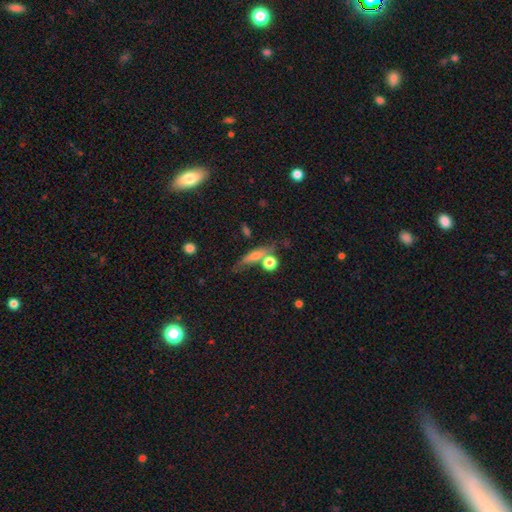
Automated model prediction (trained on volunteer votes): Morphology: type=smooth (49%); merging=none (64%).